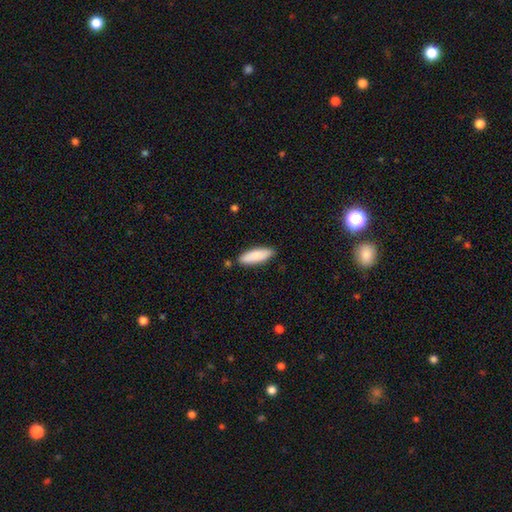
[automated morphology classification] smooth-or-featured: smooth: 85% | featured or disk: 10% | star or artifact: 5%
  how-rounded: in between: 56% | cigar-shaped: 43% | round: 2%
  merging: none: 84% | minor disturbance: 11% | merger: 2% | major disturbance: 2%